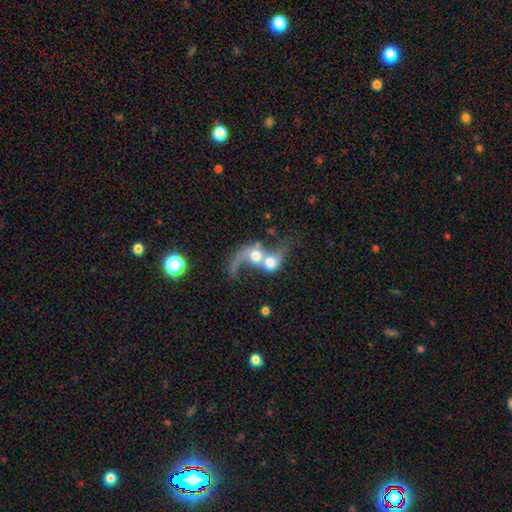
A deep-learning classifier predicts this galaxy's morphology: featured or disk 52%, smooth 39%, star or artifact 10%. Down the decision tree: edge-on disk — no (95%); merging — merger (79%).